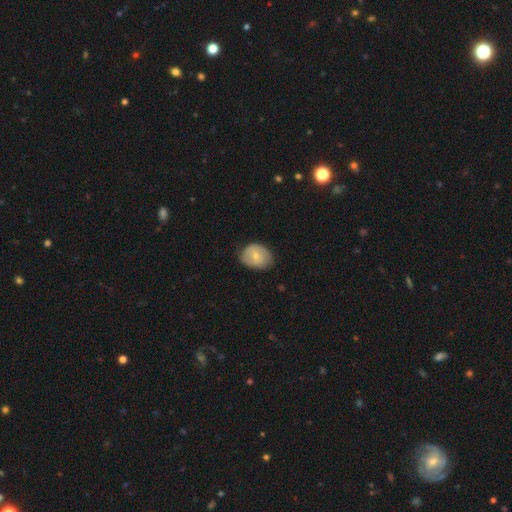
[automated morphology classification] A smooth galaxy with no disk features (65%) that is in between round and cigar-shaped (60%). Merging: none (65%).